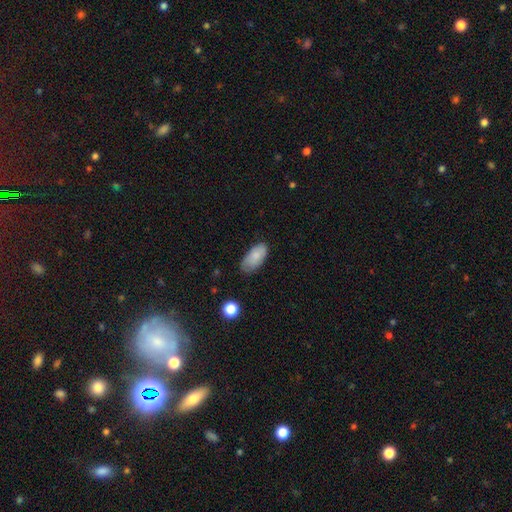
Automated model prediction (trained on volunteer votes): This is likely a smooth galaxy (79%). How rounded: clearly in between (92%). Merging: likely none (66%).